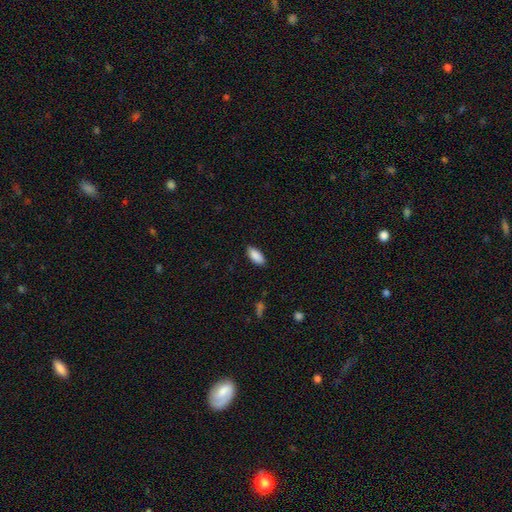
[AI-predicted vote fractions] Smooth or featured: smooth — 90% (star or artifact — 6%)
How rounded: in between — 88% (cigar-shaped — 10%)
Merging: none — 86% (minor disturbance — 10%)